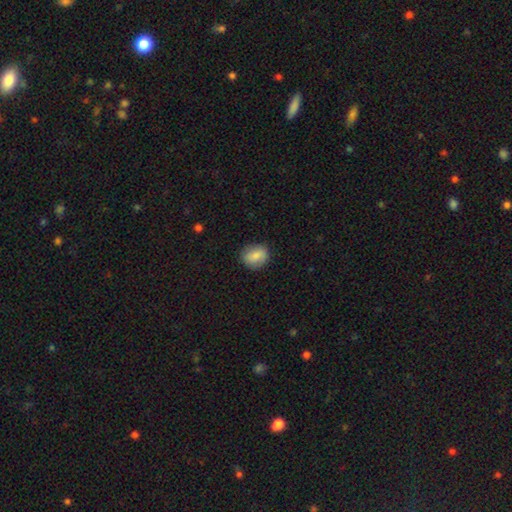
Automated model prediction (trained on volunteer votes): smooth_or_featured: smooth (p=0.83) [alt: featured or disk p=0.10]
how_rounded: round (p=0.59) [alt: in between p=0.40]
merging: none (p=0.84) [alt: minor disturbance p=0.12]